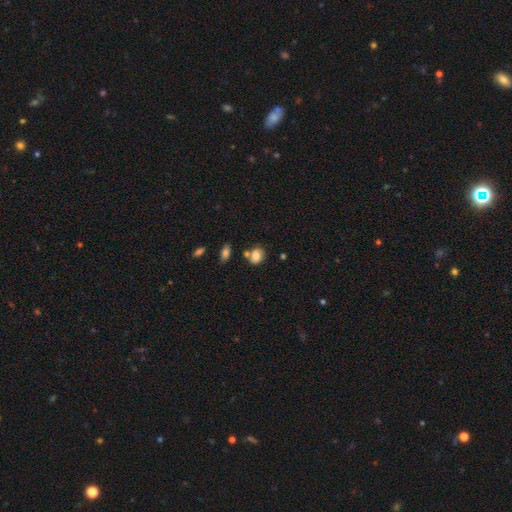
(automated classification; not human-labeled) The model was most divided on "how rounded" (2-way tie): in between: 49%, round: 49%, cigar-shaped: 1%. More confident: smooth or featured — smooth (81%); merging — none (56%).